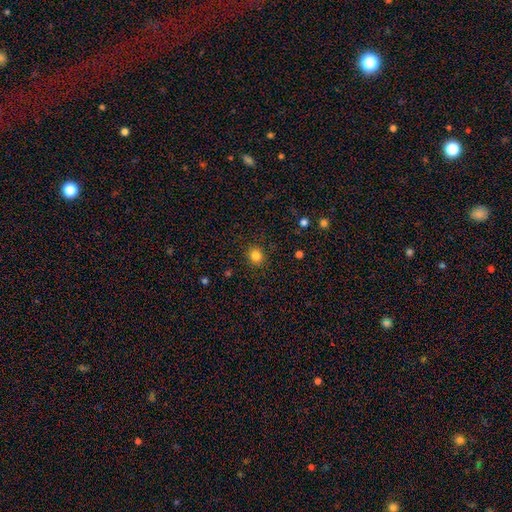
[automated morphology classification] Smooth or featured?
  - smooth: 83% *
  - star or artifact: 12%
  - featured or disk: 5%
How rounded?
  - round: 87% *
  - in between: 12%
  - cigar-shaped: 1%
Merging?
  - none: 90% *
  - minor disturbance: 7%
  - major disturbance: 2%
  - merger: 1%